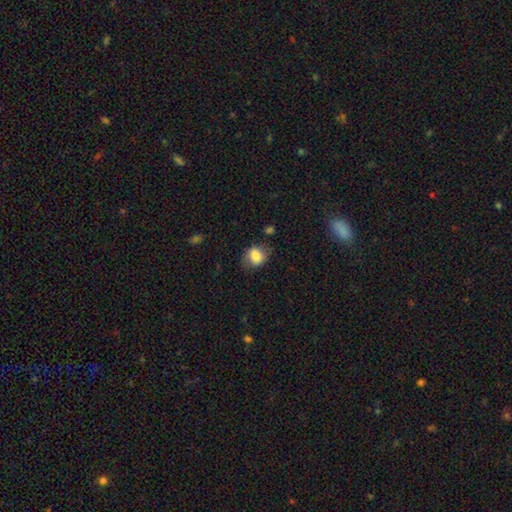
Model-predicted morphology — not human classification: Smooth or featured?
  - smooth: 76% *
  - featured or disk: 15%
  - star or artifact: 9%
How rounded?
  - round: 60% *
  - in between: 39%
  - cigar-shaped: 1%
Merging?
  - none: 65% *
  - minor disturbance: 24%
  - major disturbance: 9%
  - merger: 2%